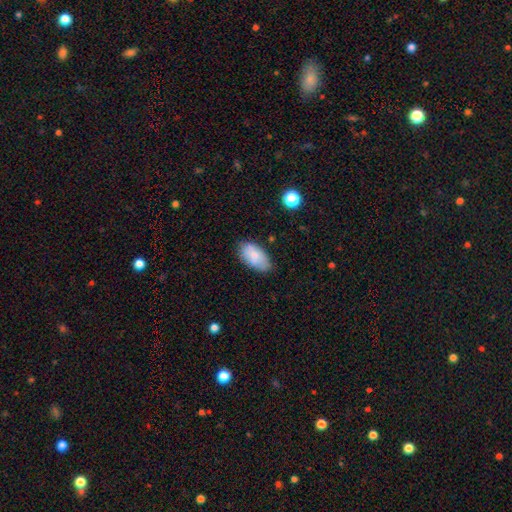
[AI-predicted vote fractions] smooth-or-featured: smooth: 78% | featured or disk: 15% | star or artifact: 7%
  how-rounded: in between: 94% | round: 4% | cigar-shaped: 2%
  merging: none: 76% | minor disturbance: 19% | major disturbance: 4% | merger: 2%